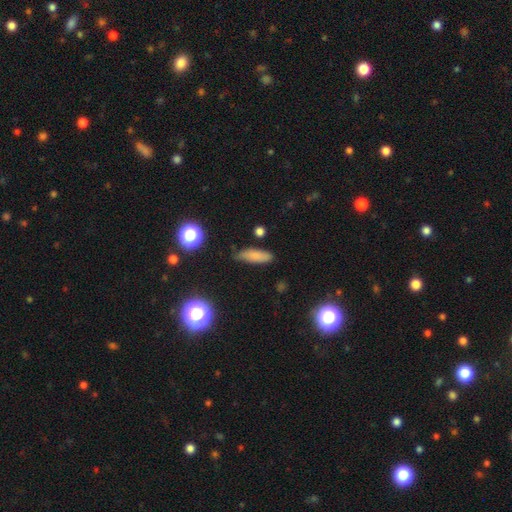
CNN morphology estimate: This appears to be a smooth galaxy with no disk features (78%) that is in between round and cigar-shaped (51%). Merging: none (72%).